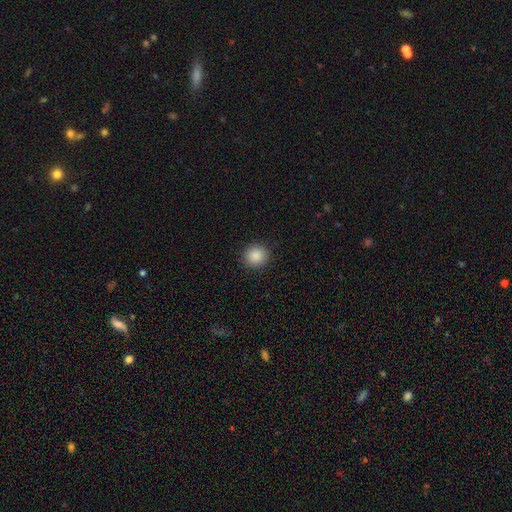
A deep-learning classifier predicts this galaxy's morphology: The model was most divided on "smooth or featured": smooth: 88%, star or artifact: 9%, featured or disk: 3%. More confident: merging — none (92%); how rounded — round (92%).